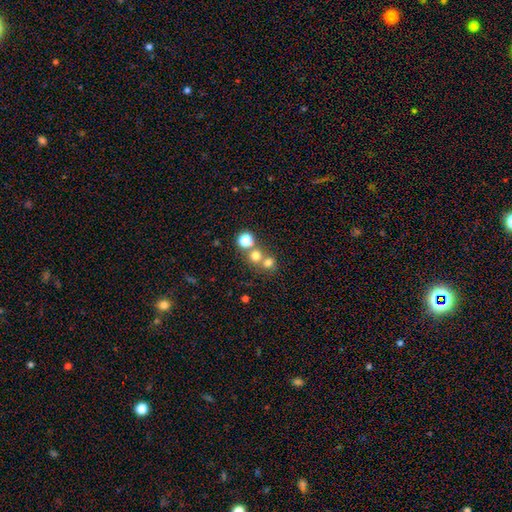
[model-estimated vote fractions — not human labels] Overall: smooth (69%). How rounded: round (88%). Merging: none (49%; merger 42%).